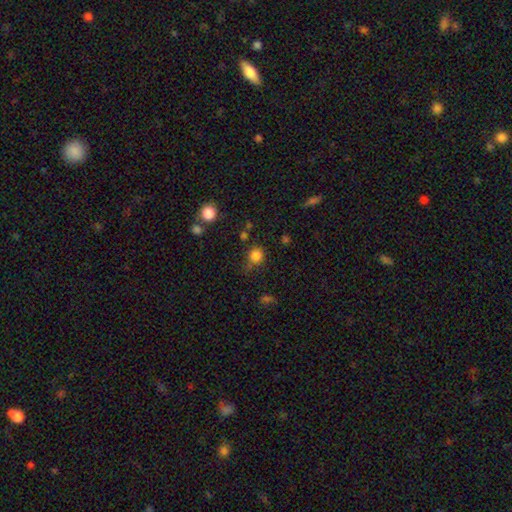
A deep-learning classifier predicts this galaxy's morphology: Q: Smooth or featured?
A: smooth (82%); runner-up: star or artifact (14%)
Q: How rounded?
A: round (86%); runner-up: in between (13%)
Q: Merging?
A: none (70%); runner-up: minor disturbance (19%)